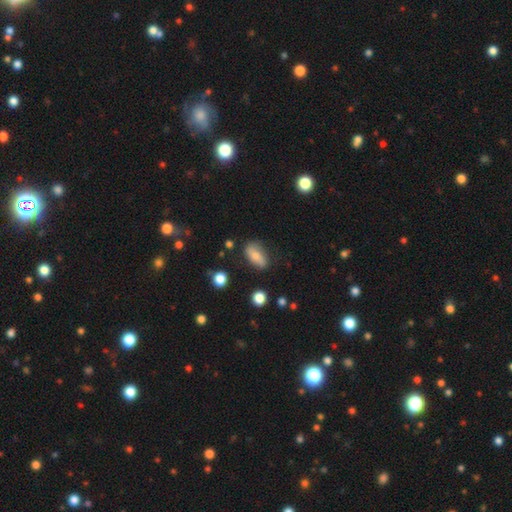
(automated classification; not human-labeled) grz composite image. It shows a smooth galaxy with no disk features (61%) that is in between round and cigar-shaped (86%). Merging: none (63%).